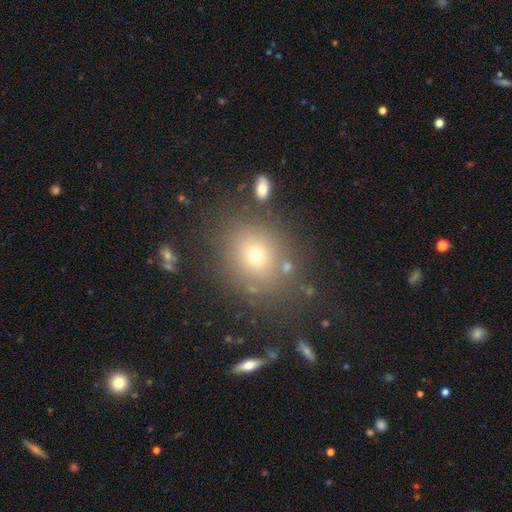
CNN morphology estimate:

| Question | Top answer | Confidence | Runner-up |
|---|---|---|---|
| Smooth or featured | smooth | 66% | star or artifact (20%) |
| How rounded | round | 69% | in between (30%) |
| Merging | none | 79% | minor disturbance (10%) |